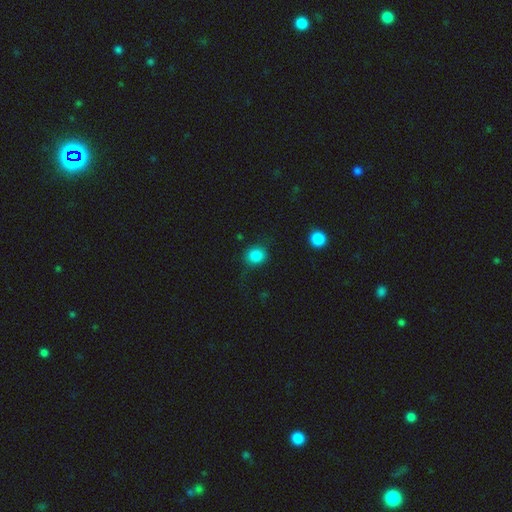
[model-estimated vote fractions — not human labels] Overall: smooth (85%). How rounded: round (75%). Merging: none (75%).